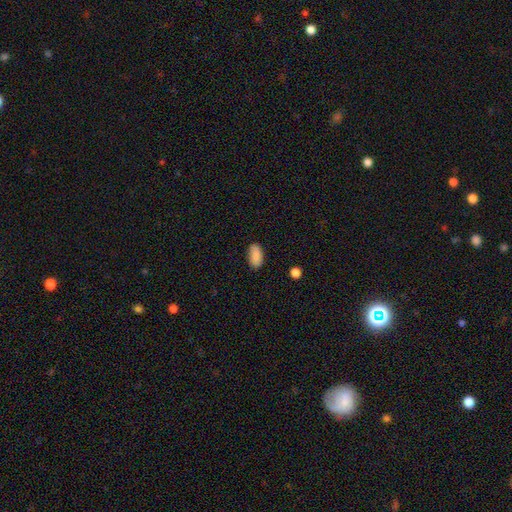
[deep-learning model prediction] Smooth or featured?
  - smooth: 88% *
  - star or artifact: 7%
  - featured or disk: 5%
How rounded?
  - in between: 93% *
  - cigar-shaped: 4%
  - round: 3%
Merging?
  - none: 83% *
  - minor disturbance: 13%
  - major disturbance: 3%
  - merger: 2%